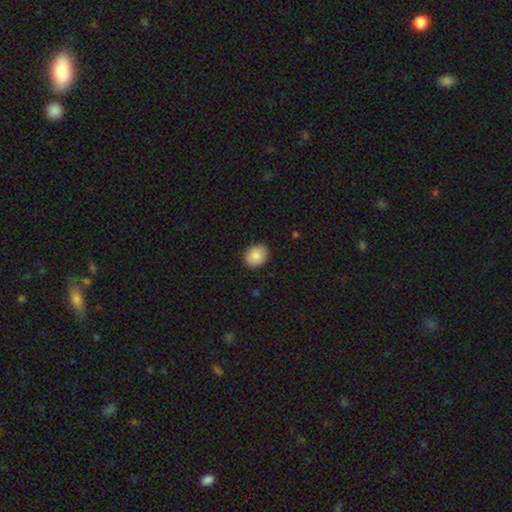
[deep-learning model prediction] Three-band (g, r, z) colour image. It shows a smooth galaxy with no disk features (87%) that is round (52%). Merging: none (89%).